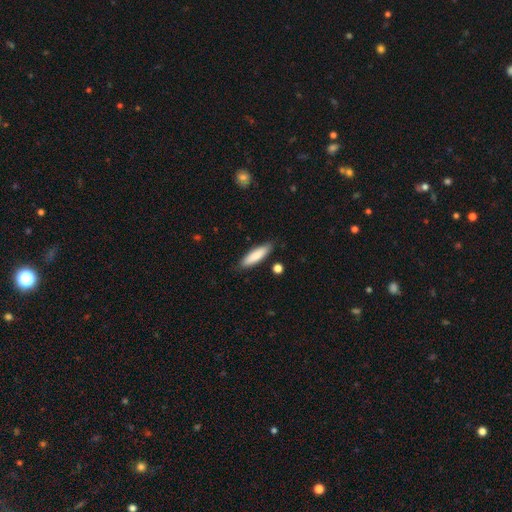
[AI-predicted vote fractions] The model was most divided on "how rounded": cigar-shaped: 63%, in between: 35%, round: 1%. More confident: merging — none (85%); smooth or featured — smooth (84%).